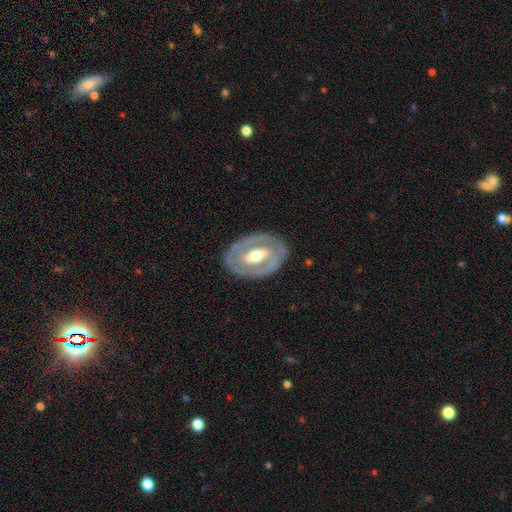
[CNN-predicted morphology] A featured or disk galaxy (71%) with a weak bar (35%), no spiral arms (60%) and a moderate central bulge (68%).

Vote fractions:
- Smooth or featured? featured or disk: 71% / smooth: 24% / star or artifact: 5%
- Edge-on disk? no: 93% / yes: 7%
- Bar? weak: 35% / strong: 34% / no: 32%
- Spiral arms? no: 60% / yes: 40%
- Bulge size? moderate: 68% / large: 18% / small: 12% / dominant: 1% / none: 1%
- Merging? none: 83% / minor disturbance: 11% / major disturbance: 5% / merger: 1%